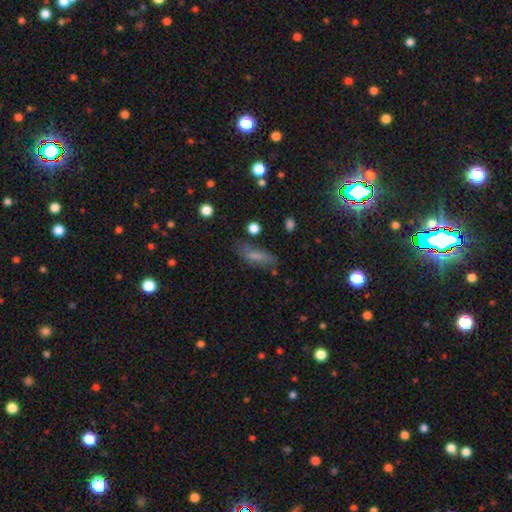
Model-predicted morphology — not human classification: smooth_or_featured: smooth (p=0.67) [alt: featured or disk p=0.21]
how_rounded: in between (p=0.57) [alt: cigar-shaped p=0.39]
merging: none (p=0.63) [alt: minor disturbance p=0.22]